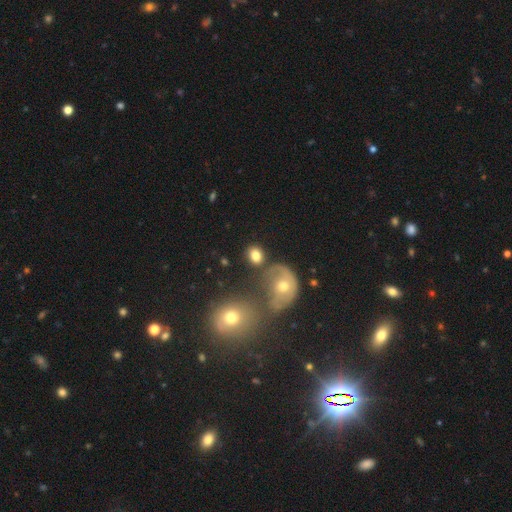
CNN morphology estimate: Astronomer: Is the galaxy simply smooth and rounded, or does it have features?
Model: smooth — 78%.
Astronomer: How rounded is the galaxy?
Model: round — 54% (runner-up: in between, 45%).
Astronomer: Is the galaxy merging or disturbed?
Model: none — 58%.